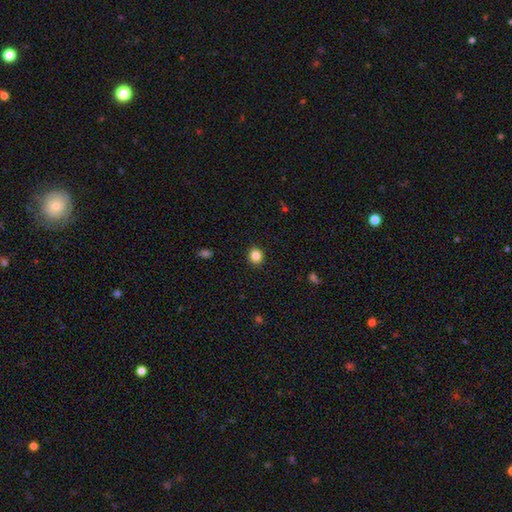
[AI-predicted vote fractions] smooth-or-featured: smooth: 85% | star or artifact: 11% | featured or disk: 4%
  how-rounded: round: 84% | in between: 15% | cigar-shaped: 1%
  merging: none: 91% | minor disturbance: 6% | major disturbance: 2% | merger: 1%